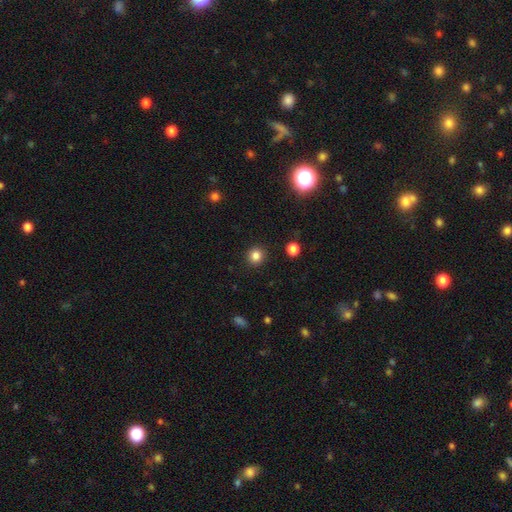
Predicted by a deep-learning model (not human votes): A smooth galaxy with no disk features (84%) that is round (91%).

Vote fractions:
- Smooth or featured? smooth: 84% / star or artifact: 12% / featured or disk: 4%
- How rounded? round: 91% / in between: 8% / cigar-shaped: 1%
- Merging? none: 92% / minor disturbance: 5% / major disturbance: 2% / merger: 1%